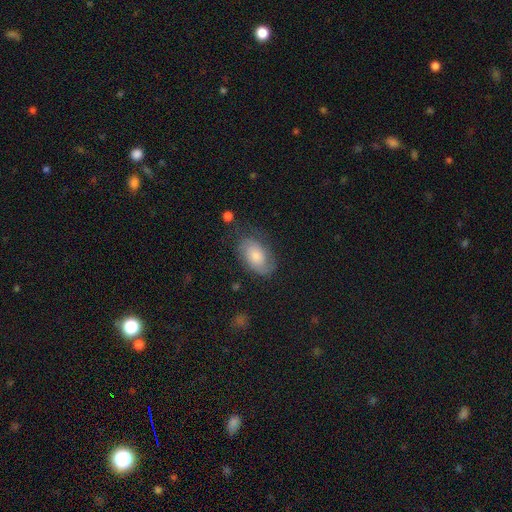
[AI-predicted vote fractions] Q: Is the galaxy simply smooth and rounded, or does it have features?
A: smooth — 46%, tied with featured or disk.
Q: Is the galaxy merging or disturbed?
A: none — 64%.